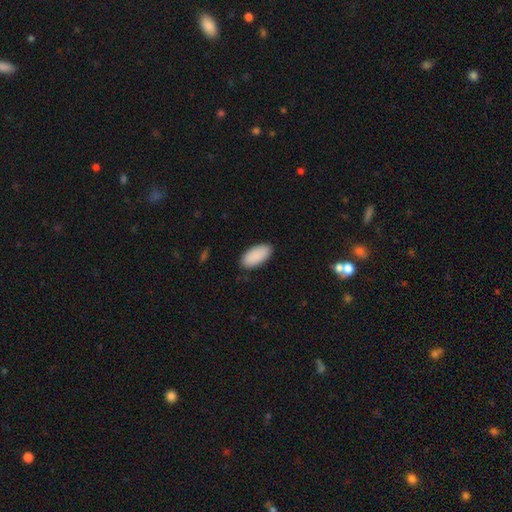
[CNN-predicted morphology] This appears to be a smooth galaxy with no disk features (91%) that is in between round and cigar-shaped (94%). Merging: none (87%).